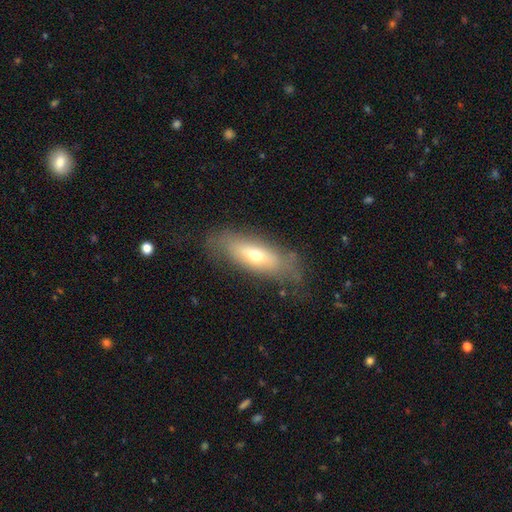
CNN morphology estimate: Q: Smooth or featured?
A: smooth (54%); runner-up: featured or disk (38%)
Q: How rounded?
A: in between (60%); runner-up: cigar-shaped (37%)
Q: Merging?
A: none (69%); runner-up: minor disturbance (21%)